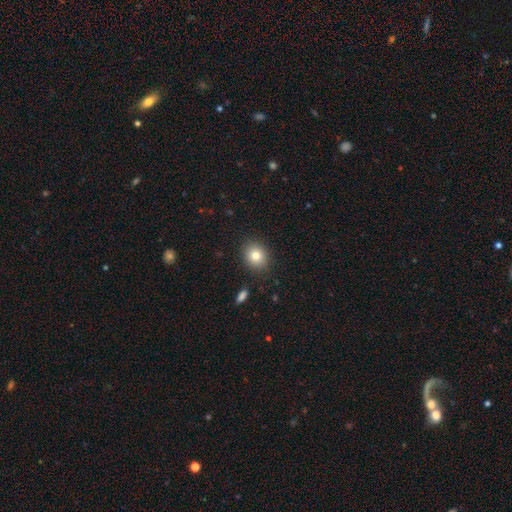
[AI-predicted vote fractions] This is clearly a smooth galaxy (81%). How rounded: likely round (68%). Merging: clearly none (88%).